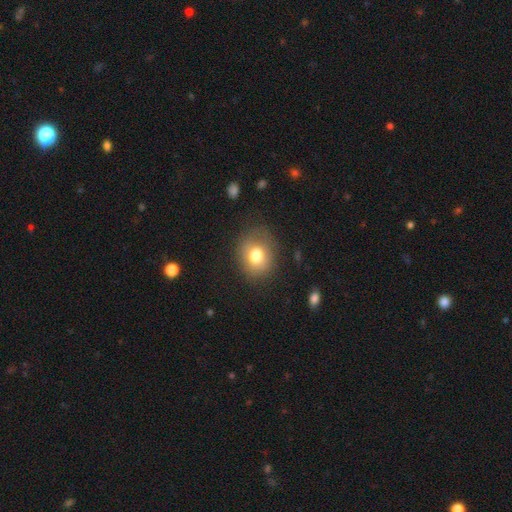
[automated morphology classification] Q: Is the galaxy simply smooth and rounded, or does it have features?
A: smooth — 76%.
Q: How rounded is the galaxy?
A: round — 61%.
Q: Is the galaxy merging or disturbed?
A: none — 73%.